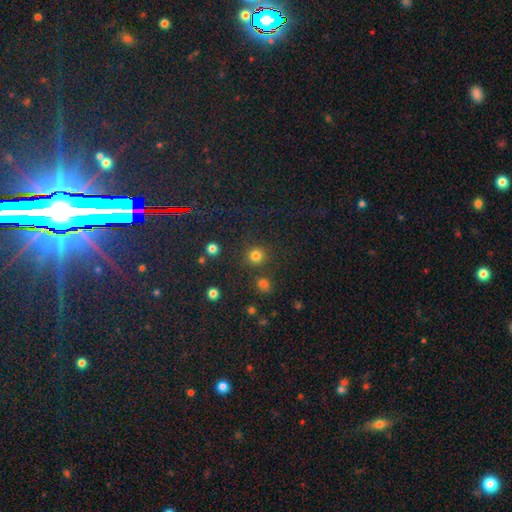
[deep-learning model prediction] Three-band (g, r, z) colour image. It shows a smooth galaxy with no disk features (79%) that is round (93%). Merging: none (84%).